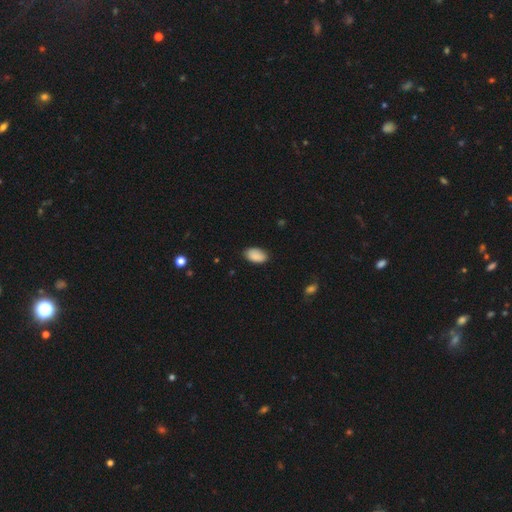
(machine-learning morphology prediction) Smooth or featured?
  - smooth: 90% *
  - star or artifact: 7%
  - featured or disk: 3%
How rounded?
  - in between: 94% *
  - round: 4%
  - cigar-shaped: 1%
Merging?
  - none: 85% *
  - minor disturbance: 11%
  - major disturbance: 2%
  - merger: 1%